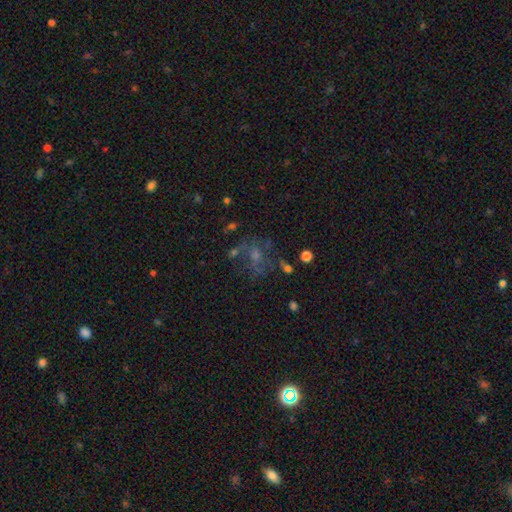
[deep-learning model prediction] Overall: featured or disk (43%; smooth 31%). Merging: none (48%; major disturbance 23%).